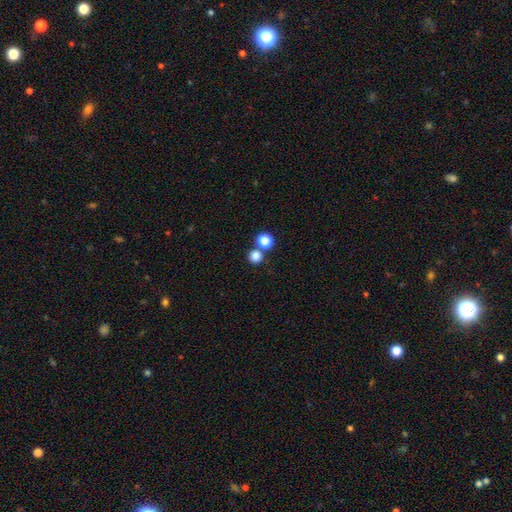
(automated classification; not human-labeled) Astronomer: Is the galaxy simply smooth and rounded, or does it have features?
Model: smooth — 80%.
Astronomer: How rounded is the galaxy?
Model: round — 93%.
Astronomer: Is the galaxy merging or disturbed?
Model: none — 70%.